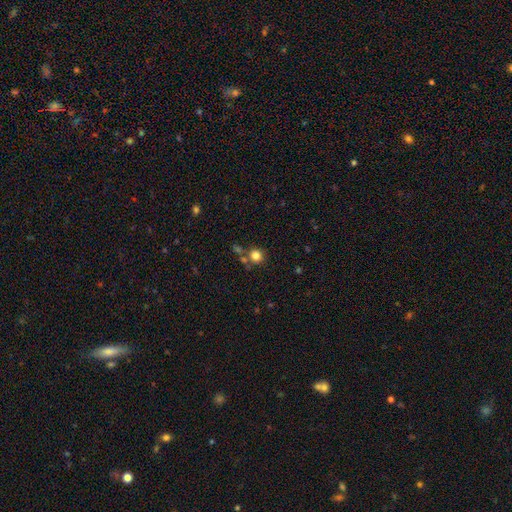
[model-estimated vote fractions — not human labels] Smooth or featured? Predicted: smooth (p=0.81). How rounded? Predicted: round (p=0.90). Merging? Predicted: none (p=0.70).